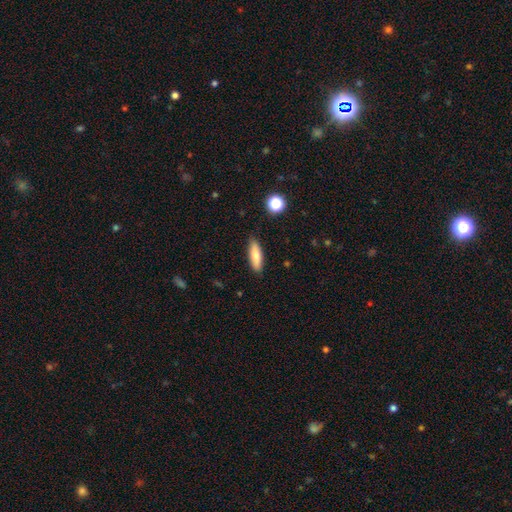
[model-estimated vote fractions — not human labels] smooth 78%, featured or disk 15%, star or artifact 7%. Down the decision tree: how rounded — cigar-shaped (56%); merging — none (88%).